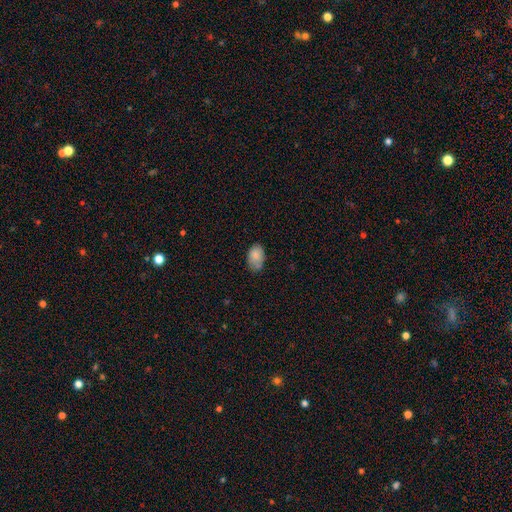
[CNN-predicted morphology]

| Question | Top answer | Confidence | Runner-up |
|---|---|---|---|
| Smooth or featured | smooth | 82% | featured or disk (9%) |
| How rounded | in between | 89% | round (10%) |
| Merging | none | 62% | minor disturbance (28%) |